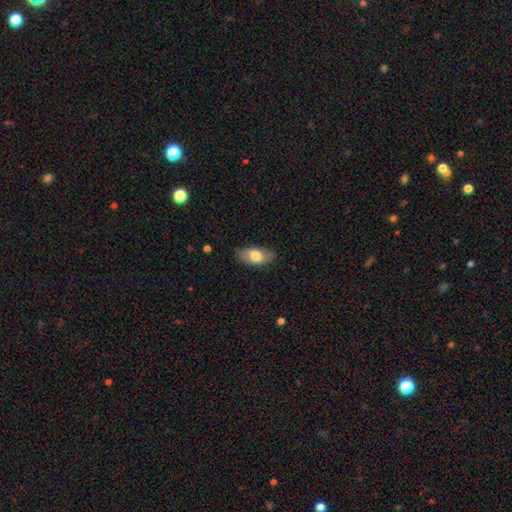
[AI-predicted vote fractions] A smooth galaxy with no disk features (73%) that is in between round and cigar-shaped (92%).

Vote fractions:
- Smooth or featured? smooth: 73% / featured or disk: 21% / star or artifact: 6%
- How rounded? in between: 92% / cigar-shaped: 4% / round: 4%
- Merging? none: 79% / minor disturbance: 16% / major disturbance: 4% / merger: 1%